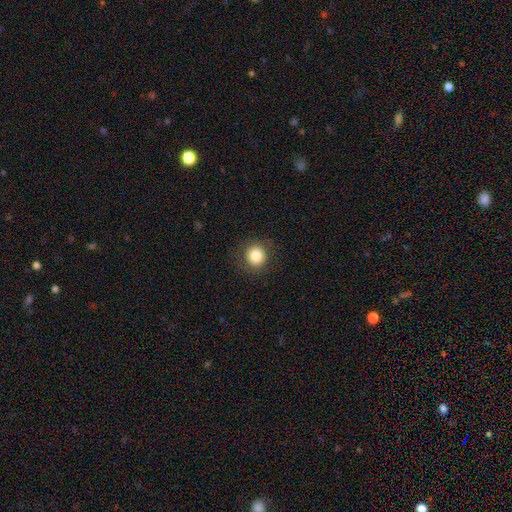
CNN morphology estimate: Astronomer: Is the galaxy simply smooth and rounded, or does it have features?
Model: smooth — 82%.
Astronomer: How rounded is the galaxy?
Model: round — 92%.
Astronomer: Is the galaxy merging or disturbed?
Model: none — 88%.